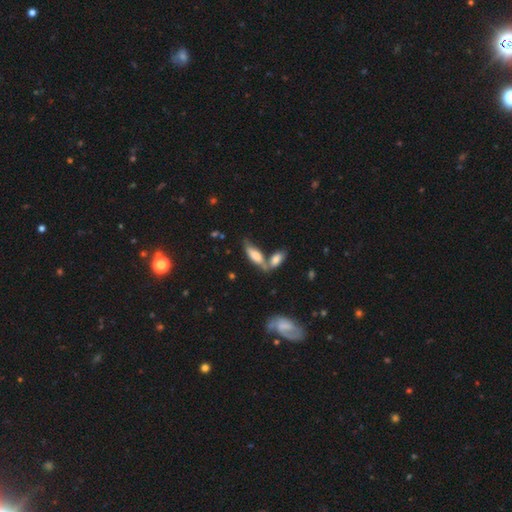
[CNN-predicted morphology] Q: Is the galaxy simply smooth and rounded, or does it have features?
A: smooth — 67%.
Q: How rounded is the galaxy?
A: in between — 66%.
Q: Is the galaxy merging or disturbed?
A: merger — 40%, tied with none.